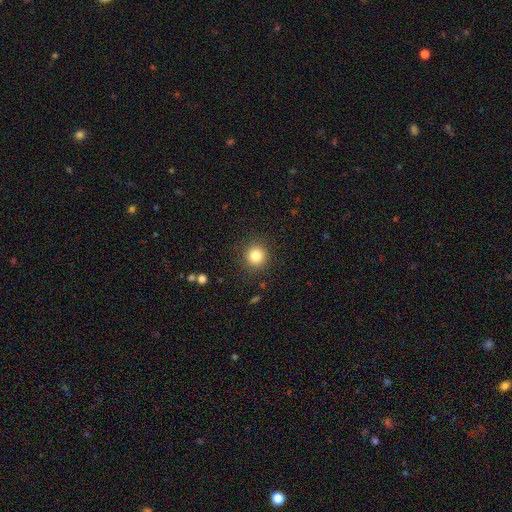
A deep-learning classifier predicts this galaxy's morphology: Smooth or featured?
  - smooth: 83% *
  - star or artifact: 11%
  - featured or disk: 6%
How rounded?
  - round: 92% *
  - in between: 7%
  - cigar-shaped: 1%
Merging?
  - none: 89% *
  - minor disturbance: 7%
  - major disturbance: 3%
  - merger: 1%